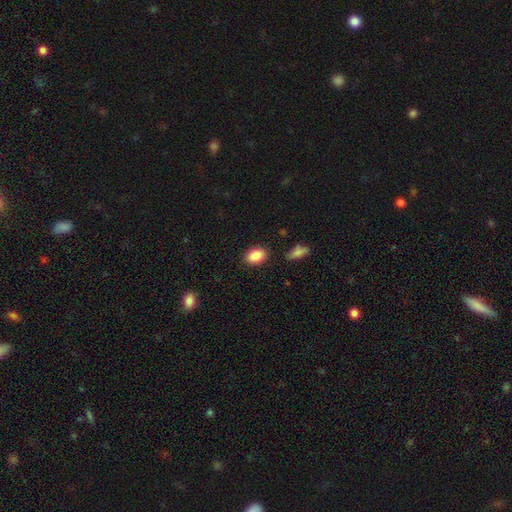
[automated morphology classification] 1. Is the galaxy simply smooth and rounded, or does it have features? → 87% smooth, 8% star or artifact, 6% featured or disk.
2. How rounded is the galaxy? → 82% in between, 17% round, 1% cigar-shaped.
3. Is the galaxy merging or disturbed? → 85% none, 10% minor disturbance, 2% merger, 2% major disturbance.